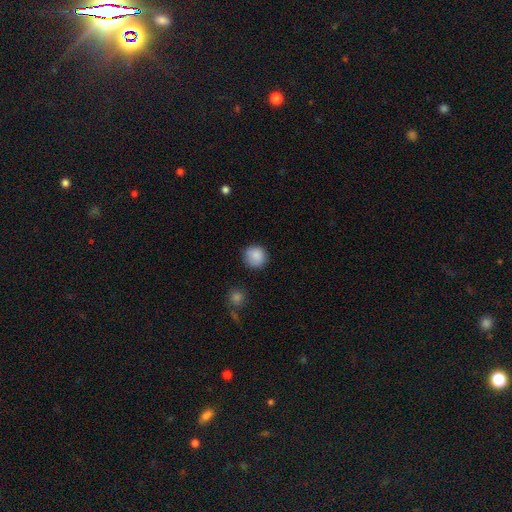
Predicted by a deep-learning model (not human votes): This appears to be a smooth galaxy with no disk features (87%) that is round (90%). Merging: none (84%).